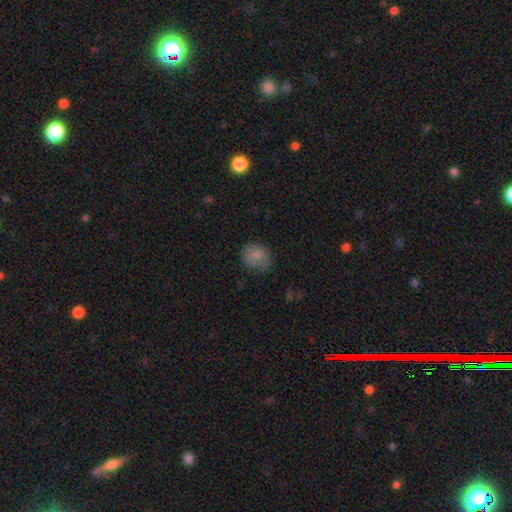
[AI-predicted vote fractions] Q: Smooth or featured?
A: smooth (78%); runner-up: featured or disk (14%)
Q: How rounded?
A: round (73%); runner-up: in between (26%)
Q: Merging?
A: none (71%); runner-up: minor disturbance (22%)